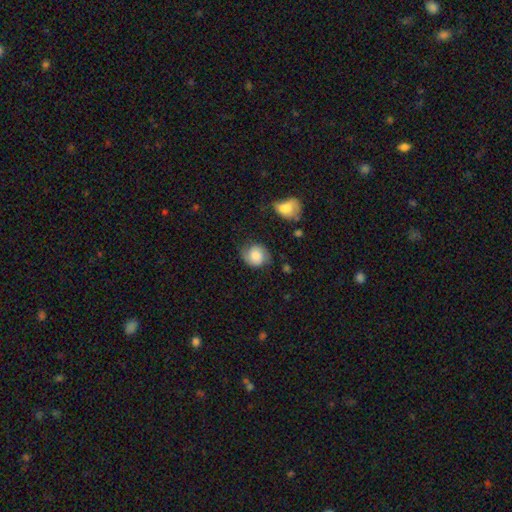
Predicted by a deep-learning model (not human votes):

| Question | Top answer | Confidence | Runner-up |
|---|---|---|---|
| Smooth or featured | smooth | 58% | featured or disk (33%) |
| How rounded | round | 75% | in between (24%) |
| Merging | none | 65% | minor disturbance (24%) |